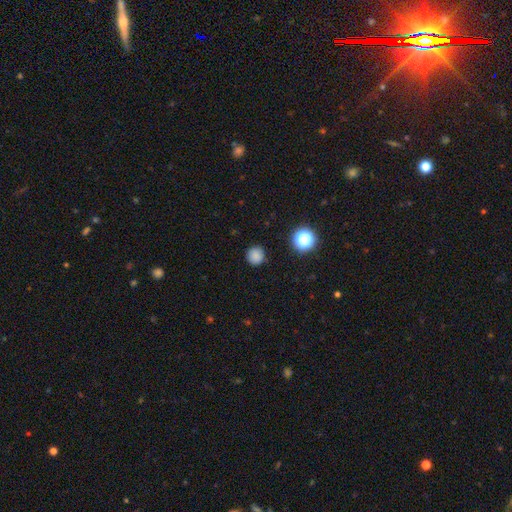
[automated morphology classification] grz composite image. It shows a smooth galaxy with no disk features (82%) that is round (94%). Merging: none (88%).